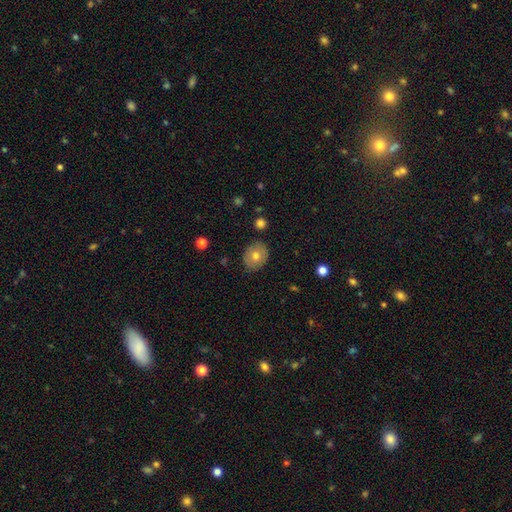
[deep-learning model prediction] Smooth or featured? smooth (68%)
How rounded? round (56%)
Merging? none (83%)